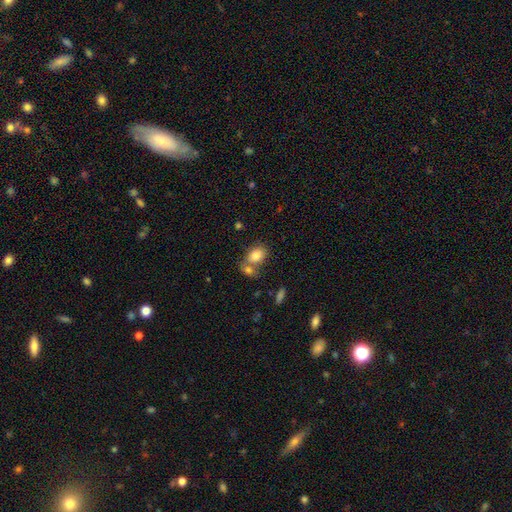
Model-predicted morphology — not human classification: Smooth or featured? Predicted: smooth (p=0.83). How rounded? Predicted: in between (p=0.77). Merging? Predicted: none (p=0.44).